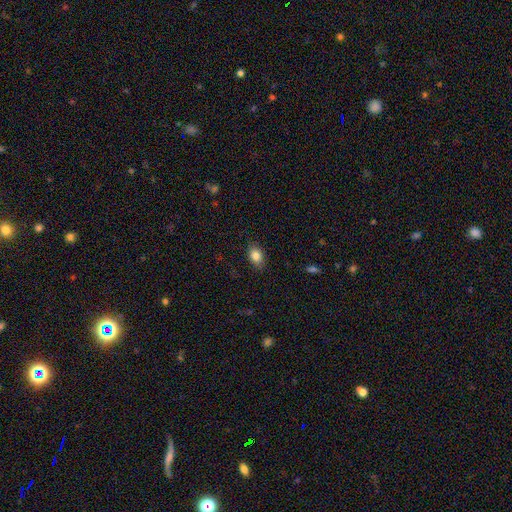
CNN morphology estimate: This is clearly a smooth galaxy (85%). How rounded: likely in between (79%). Merging: clearly none (85%).